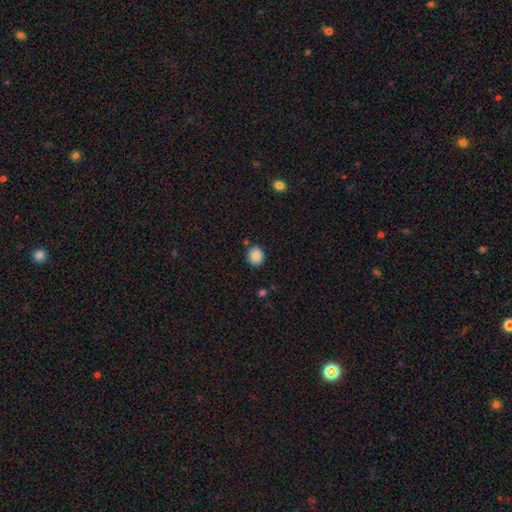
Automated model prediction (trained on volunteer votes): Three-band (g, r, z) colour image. It shows a smooth galaxy with no disk features (88%) that is round (78%). Merging: none (84%).